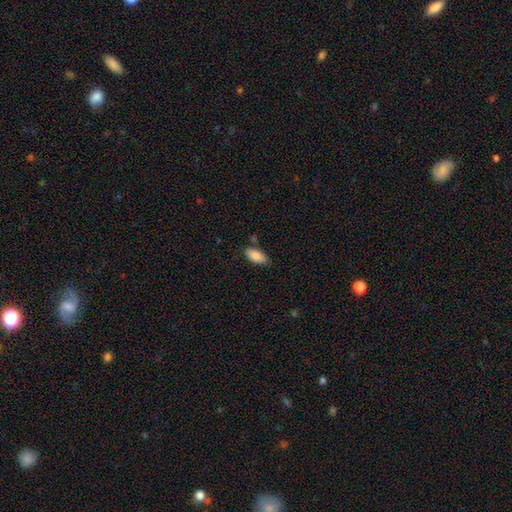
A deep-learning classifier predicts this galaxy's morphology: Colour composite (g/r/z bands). It shows a smooth galaxy with no disk features (86%) that is in between round and cigar-shaped (90%). Merging: none (74%).